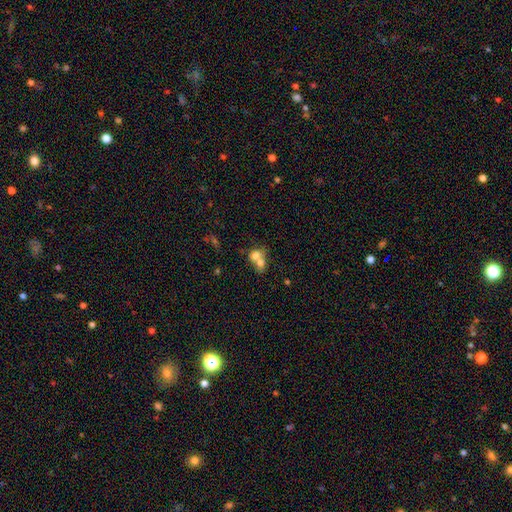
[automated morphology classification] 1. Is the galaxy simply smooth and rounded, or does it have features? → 69% smooth, 20% featured or disk, 11% star or artifact.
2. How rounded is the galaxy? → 56% round, 42% in between, 1% cigar-shaped.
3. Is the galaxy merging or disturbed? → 72% merger, 19% none, 6% minor disturbance, 4% major disturbance.